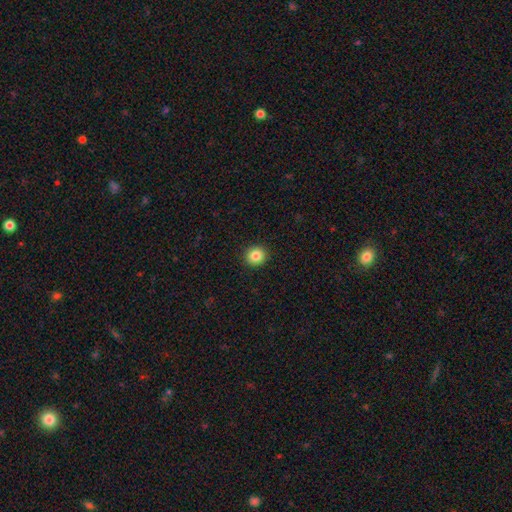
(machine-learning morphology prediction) The model was most divided on "smooth or featured": smooth: 85%, star or artifact: 10%, featured or disk: 5%. More confident: merging — none (93%); how rounded — round (89%).